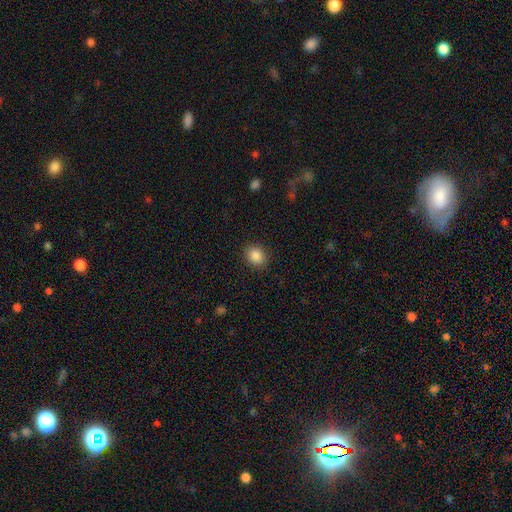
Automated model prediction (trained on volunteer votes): smooth-or-featured: smooth: 87% | star or artifact: 9% | featured or disk: 3%
  how-rounded: round: 56% | in between: 43% | cigar-shaped: 1%
  merging: none: 89% | minor disturbance: 7% | major disturbance: 2% | merger: 1%